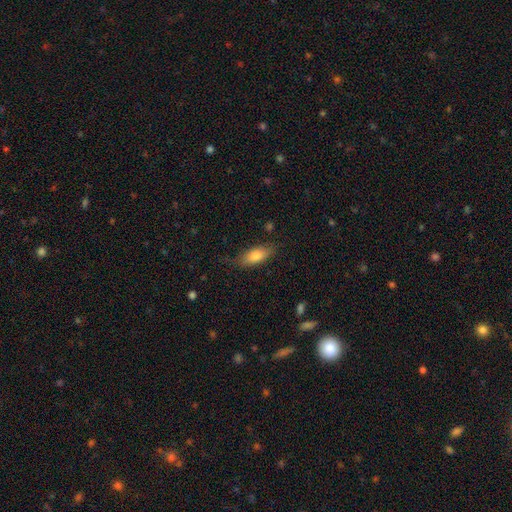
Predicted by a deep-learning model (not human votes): A smooth galaxy with no disk features (77%) that is in between round and cigar-shaped (76%).

Vote fractions:
- Smooth or featured? smooth: 77% / featured or disk: 16% / star or artifact: 7%
- How rounded? in between: 76% / cigar-shaped: 21% / round: 3%
- Merging? none: 72% / minor disturbance: 21% / major disturbance: 6% / merger: 2%